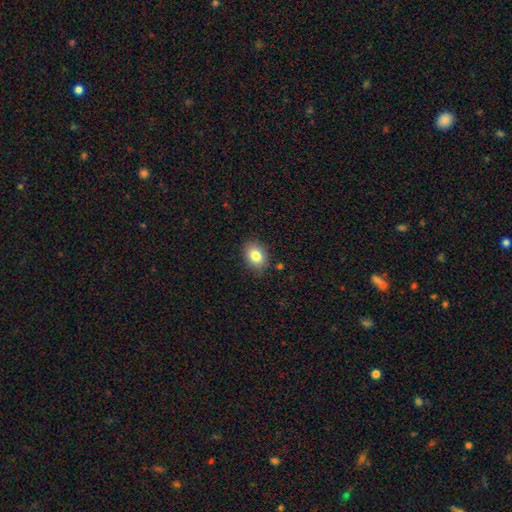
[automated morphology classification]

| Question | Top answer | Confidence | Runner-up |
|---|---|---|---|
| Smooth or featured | smooth | 82% | star or artifact (9%) |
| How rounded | in between | 68% | round (31%) |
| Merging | none | 85% | minor disturbance (11%) |